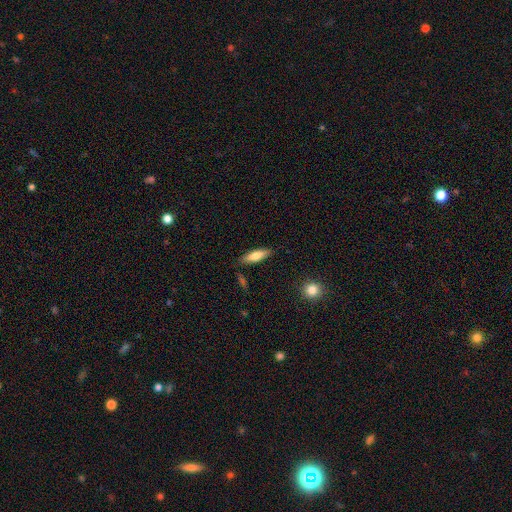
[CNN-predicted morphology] Smooth or featured: smooth — 73% (featured or disk — 21%)
How rounded: cigar-shaped — 53% (in between — 45%)
Merging: none — 83% (minor disturbance — 12%)